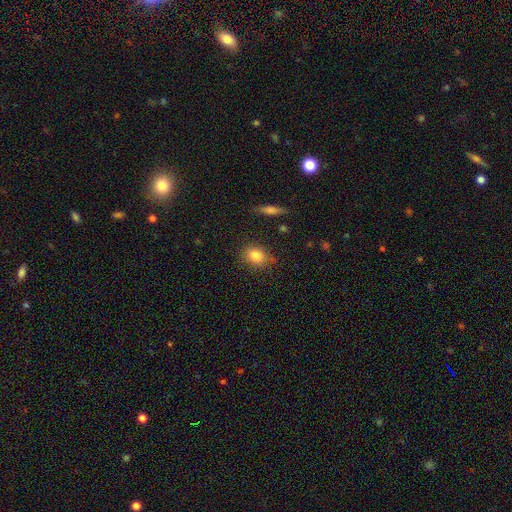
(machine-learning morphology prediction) Smooth or featured? smooth (82%)
How rounded? in between (54%)
Merging? none (79%)